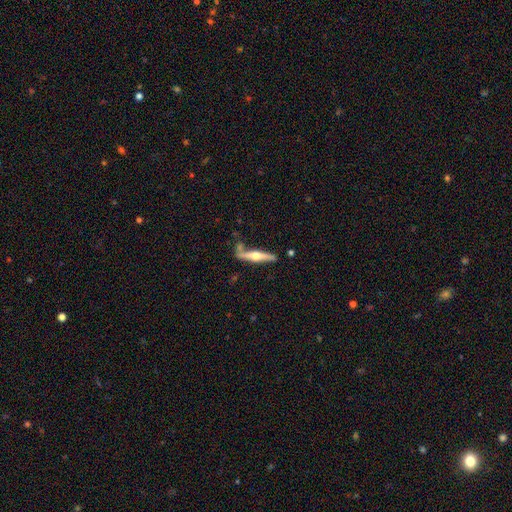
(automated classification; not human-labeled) Smooth or featured: featured or disk — 67% (smooth — 28%)
Edge-on disk: yes — 94% (no — 6%)
Edge-on bulge: rounded — 94% (boxy — 3%)
Merging: none — 69% (minor disturbance — 18%)